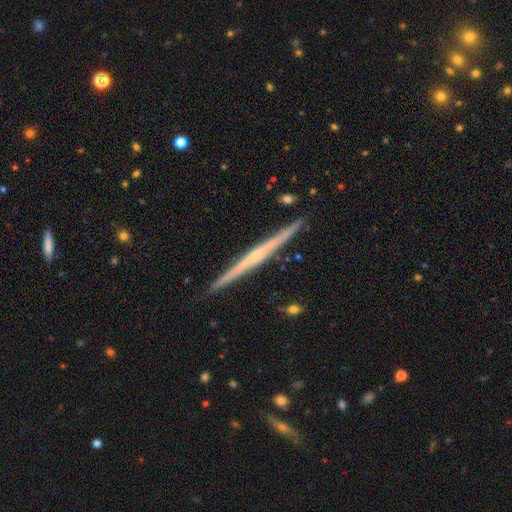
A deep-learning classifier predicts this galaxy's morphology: Overall: featured or disk (72%). Edge-on disk: yes (98%). Edge-on bulge: none (65%; rounded 26%). Merging: none (92%).